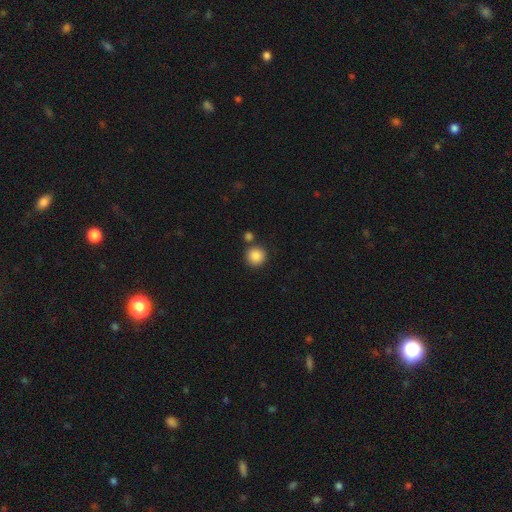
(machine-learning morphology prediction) Overall: smooth (88%). How rounded: round (94%). Merging: none (80%).